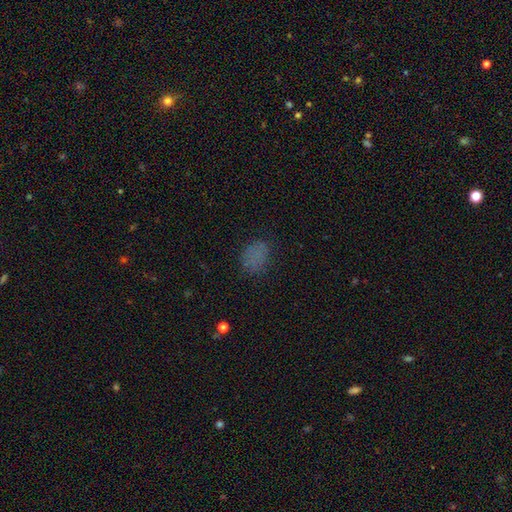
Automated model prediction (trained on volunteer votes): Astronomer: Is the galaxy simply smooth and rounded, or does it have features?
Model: smooth — 71%.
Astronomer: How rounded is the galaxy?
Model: in between — 60% (runner-up: round, 38%).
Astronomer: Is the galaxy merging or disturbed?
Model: none — 74%.